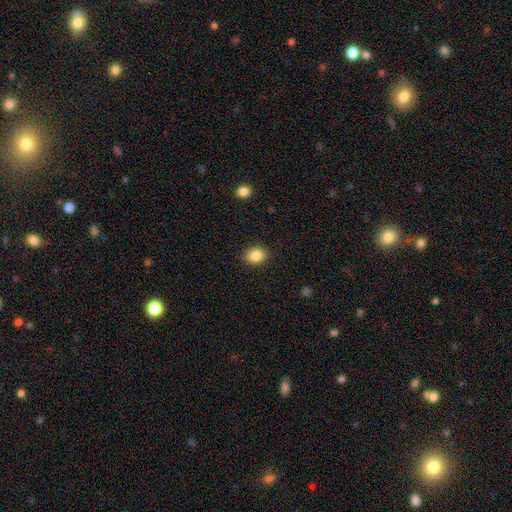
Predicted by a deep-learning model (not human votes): This appears to be a smooth galaxy with no disk features (86%) that is round (55%). Merging: none (88%).